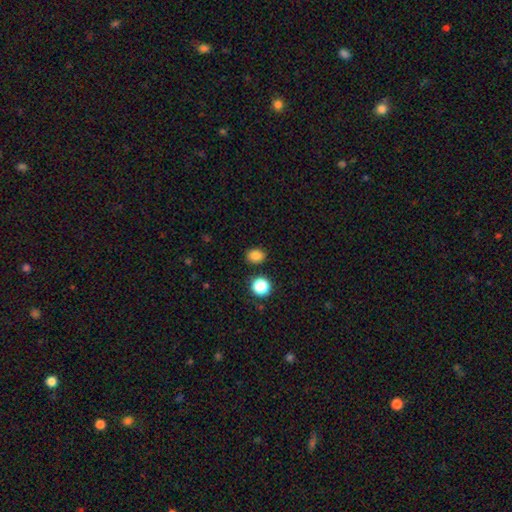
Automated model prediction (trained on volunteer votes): This appears to be a smooth galaxy with no disk features (83%) that is round (52%). Merging: none (86%).